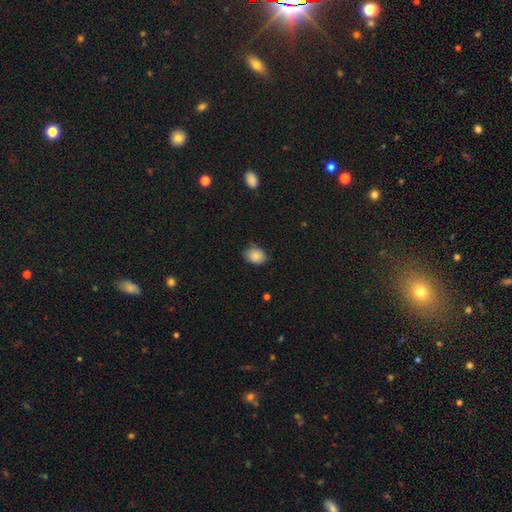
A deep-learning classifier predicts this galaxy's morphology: This is clearly a smooth galaxy (82%). How rounded: likely in between (62%). Merging: likely none (68%).